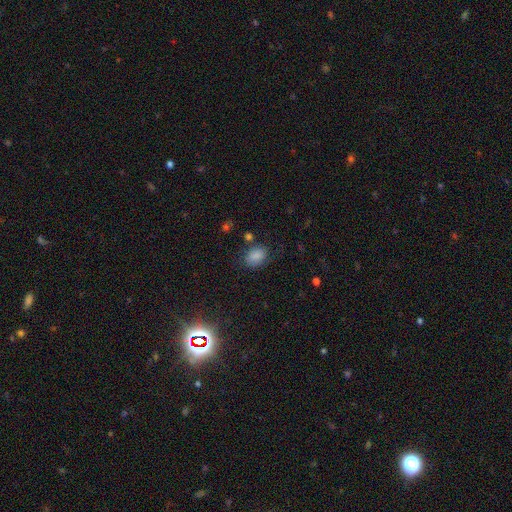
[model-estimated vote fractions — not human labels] The model was most divided on "merging": none: 72%, minor disturbance: 18%, major disturbance: 7%, merger: 4%. More confident: smooth or featured — smooth (84%); how rounded — in between (77%).